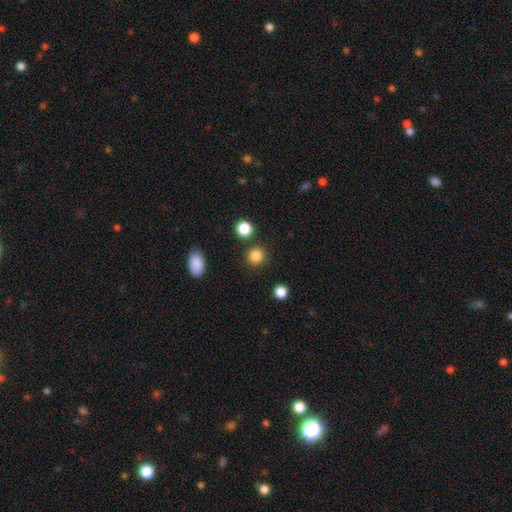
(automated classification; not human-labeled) Q: Smooth or featured?
A: smooth (85%); runner-up: star or artifact (11%)
Q: How rounded?
A: round (89%); runner-up: in between (10%)
Q: Merging?
A: none (87%); runner-up: minor disturbance (6%)